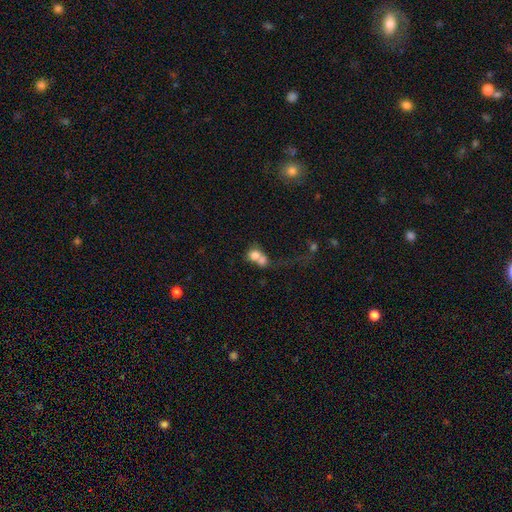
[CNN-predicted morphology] smooth-or-featured: smooth: 72% | featured or disk: 18% | star or artifact: 10%
  how-rounded: round: 62% | in between: 36% | cigar-shaped: 2%
  merging: merger: 68% | none: 17% | major disturbance: 8% | minor disturbance: 6%